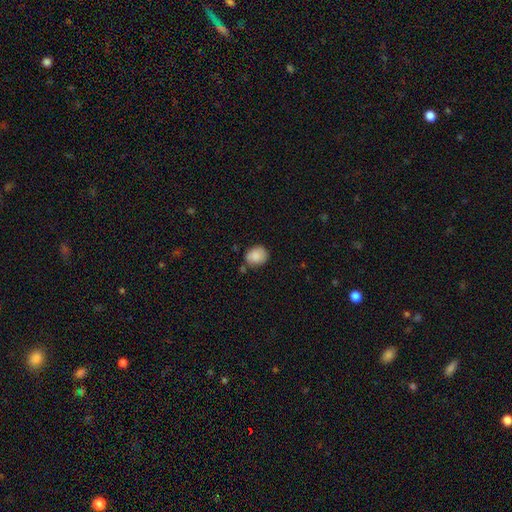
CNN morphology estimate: Smooth or featured: smooth — 86% (star or artifact — 8%)
How rounded: round — 65% (in between — 34%)
Merging: none — 68% (minor disturbance — 20%)